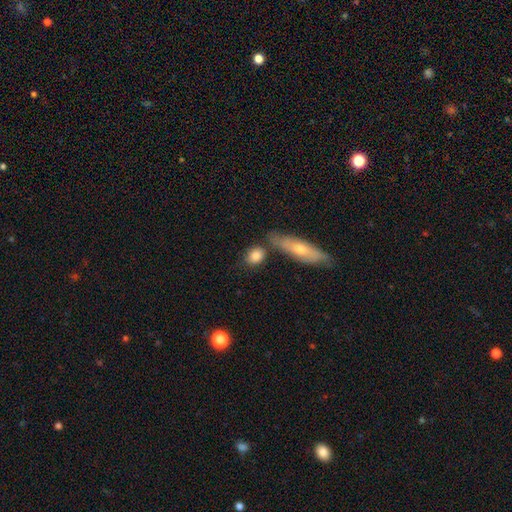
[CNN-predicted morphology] A smooth galaxy with no disk features (82%) that is in between round and cigar-shaped (51%). Merging: none (68%).